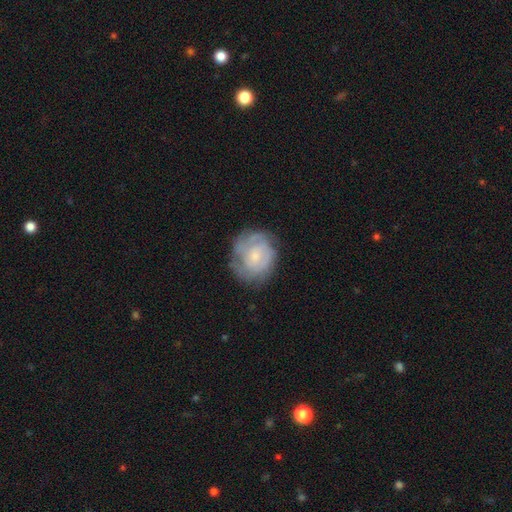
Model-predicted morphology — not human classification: A featured or disk galaxy (61%) with no bar (73%), spiral arms (76%) and a small central bulge (60%).

Vote fractions:
- Smooth or featured? featured or disk: 61% / smooth: 32% / star or artifact: 7%
- Edge-on disk? no: 98% / yes: 2%
- Bar? no: 73% / weak: 24% / strong: 3%
- Spiral arms? yes: 76% / no: 24%
- Bulge size? small: 60% / moderate: 31% / none: 5% / large: 3% / dominant: 1%
- Merging? none: 68% / minor disturbance: 21% / major disturbance: 9% / merger: 1%